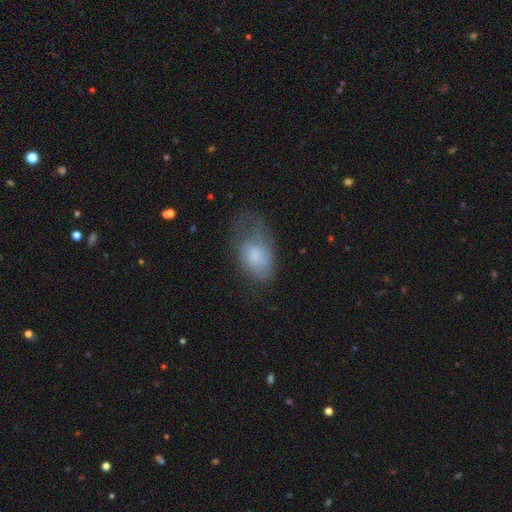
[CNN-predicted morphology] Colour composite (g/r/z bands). It shows a smooth galaxy with no disk features (58%) that is in between round and cigar-shaped (89%). Merging: major disturbance (35%).